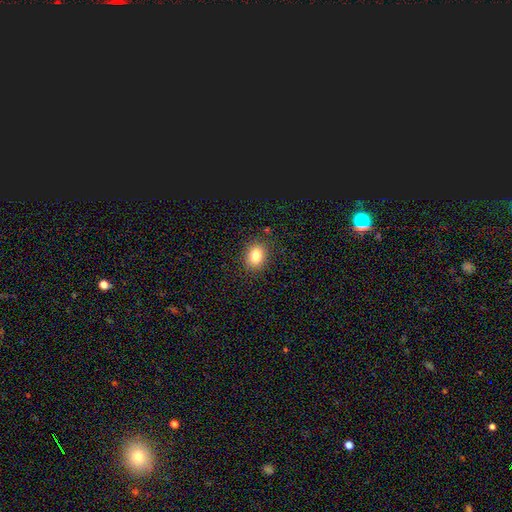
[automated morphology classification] smooth_or_featured: smooth (p=0.83) [alt: star or artifact p=0.10]
how_rounded: in between (p=0.55) [alt: round p=0.44]
merging: none (p=0.88) [alt: minor disturbance p=0.09]